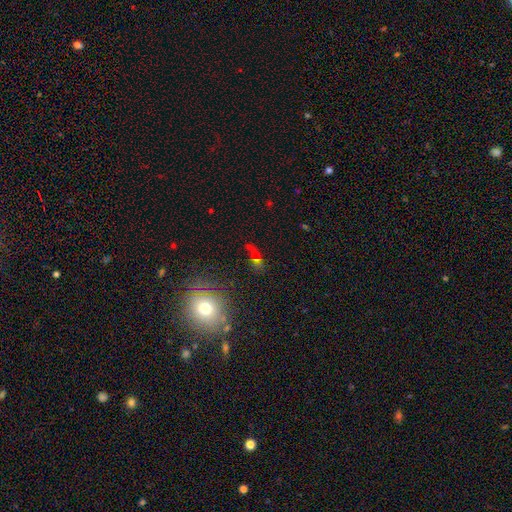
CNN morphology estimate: smooth_or_featured: smooth (p=0.44) [alt: star or artifact p=0.38]
merging: none (p=0.42) [alt: merger p=0.30]